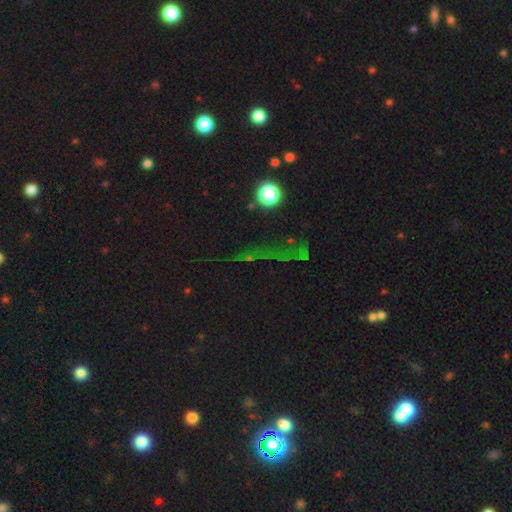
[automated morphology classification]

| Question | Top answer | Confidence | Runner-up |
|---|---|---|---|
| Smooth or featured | star or artifact | 68% | smooth (22%) |